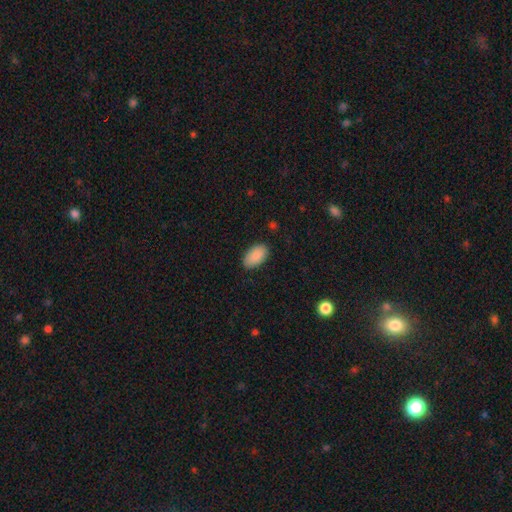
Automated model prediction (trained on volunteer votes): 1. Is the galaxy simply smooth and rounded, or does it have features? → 90% smooth, 6% star or artifact, 4% featured or disk.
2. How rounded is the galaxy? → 95% in between, 4% round, 2% cigar-shaped.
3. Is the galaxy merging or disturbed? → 85% none, 11% minor disturbance, 2% major disturbance, 1% merger.